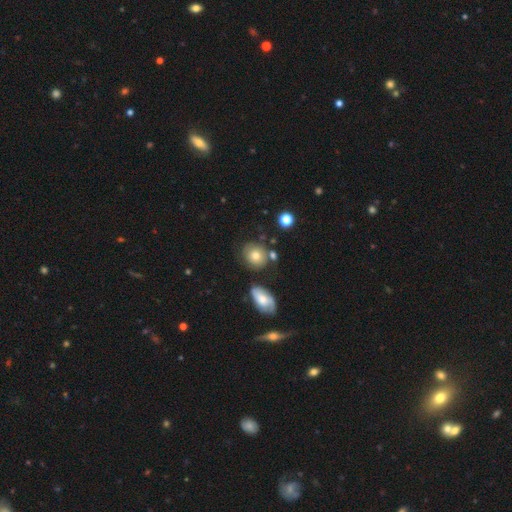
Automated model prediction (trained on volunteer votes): The model was most divided on "how rounded": round: 75%, in between: 24%, cigar-shaped: 1%. More confident: smooth or featured — smooth (71%); merging — none (69%).